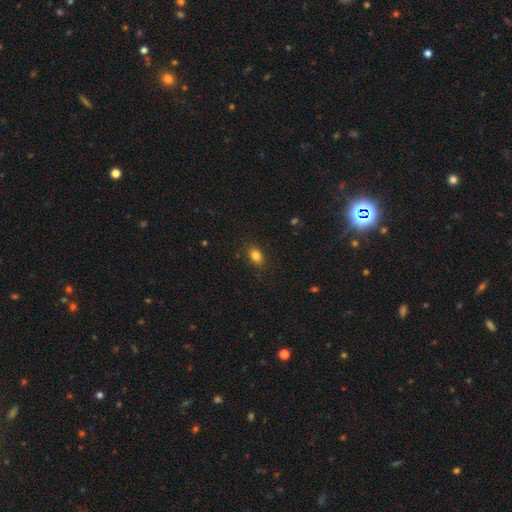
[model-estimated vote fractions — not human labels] A smooth galaxy with no disk features (83%) that is in between round and cigar-shaped (80%). Merging: none (86%).